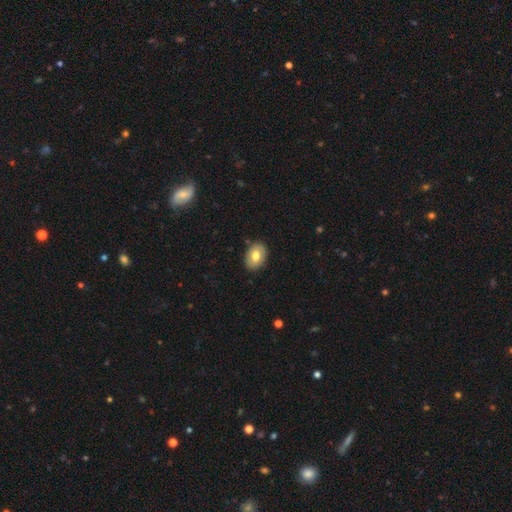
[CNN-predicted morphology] Smooth or featured?
  - smooth: 70% *
  - featured or disk: 23%
  - star or artifact: 7%
How rounded?
  - in between: 78% *
  - round: 21%
  - cigar-shaped: 1%
Merging?
  - none: 87% *
  - minor disturbance: 10%
  - major disturbance: 2%
  - merger: 1%